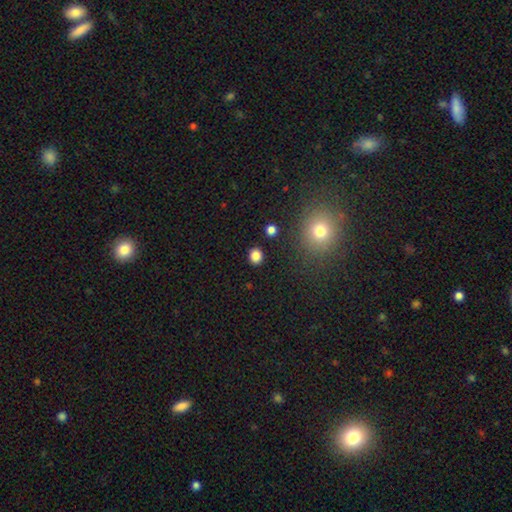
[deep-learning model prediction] smooth-or-featured: smooth: 84% | star or artifact: 12% | featured or disk: 4%
  how-rounded: round: 72% | in between: 27% | cigar-shaped: 1%
  merging: none: 88% | minor disturbance: 7% | merger: 3% | major disturbance: 2%